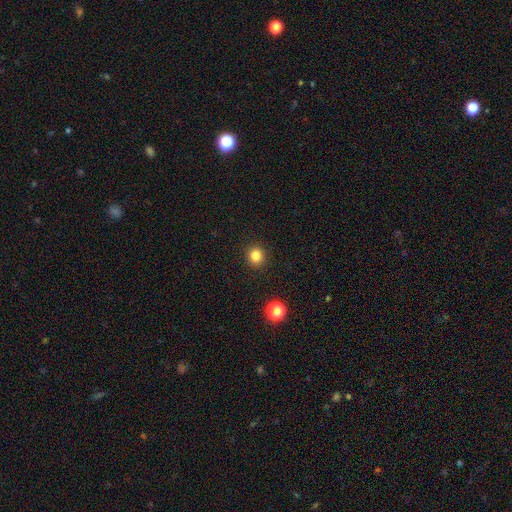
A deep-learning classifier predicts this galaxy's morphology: Smooth or featured?
  - smooth: 83% *
  - star or artifact: 13%
  - featured or disk: 4%
How rounded?
  - round: 90% *
  - in between: 9%
  - cigar-shaped: 1%
Merging?
  - none: 92% *
  - minor disturbance: 5%
  - major disturbance: 2%
  - merger: 1%